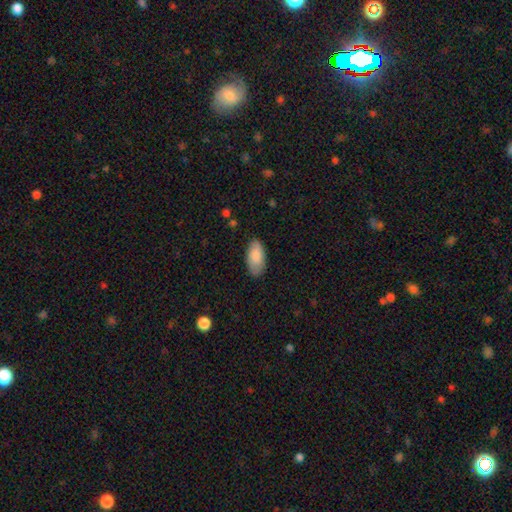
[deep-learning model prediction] Q: Smooth or featured?
A: smooth (85%); runner-up: featured or disk (9%)
Q: How rounded?
A: in between (94%); runner-up: cigar-shaped (4%)
Q: Merging?
A: none (82%); runner-up: minor disturbance (14%)